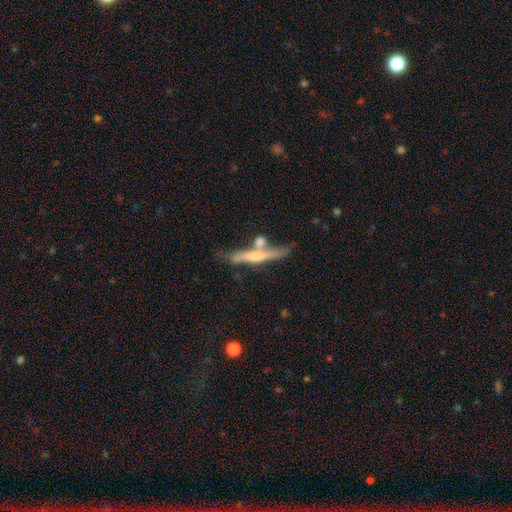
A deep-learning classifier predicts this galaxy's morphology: The model was most divided on "smooth or featured": featured or disk: 54%, smooth: 39%, star or artifact: 7%. More confident: edge-on disk — yes (89%); merging — none (50%).